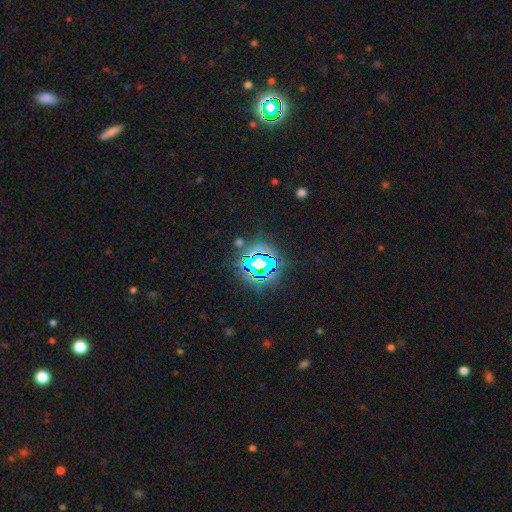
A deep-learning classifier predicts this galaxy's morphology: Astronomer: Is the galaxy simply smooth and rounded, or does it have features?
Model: star or artifact — 79%.